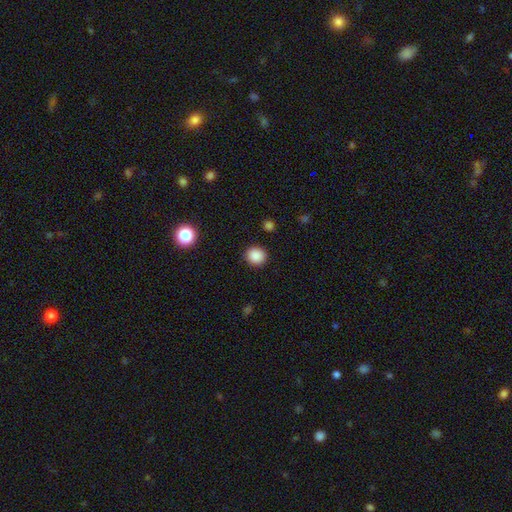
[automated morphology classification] Q: Smooth or featured?
A: smooth (87%); runner-up: star or artifact (10%)
Q: How rounded?
A: round (88%); runner-up: in between (11%)
Q: Merging?
A: none (90%); runner-up: minor disturbance (6%)